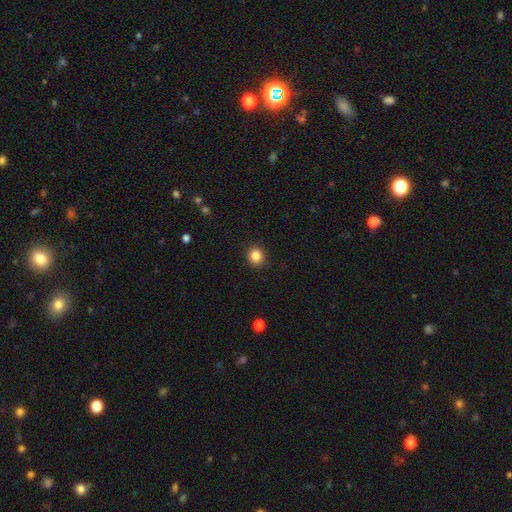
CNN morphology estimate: Overall: smooth (85%). How rounded: round (81%). Merging: none (90%).